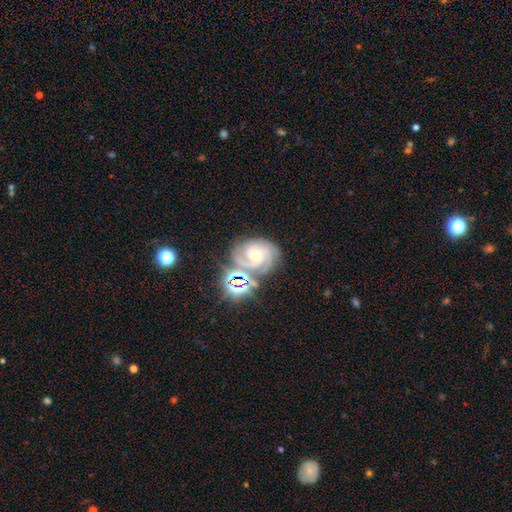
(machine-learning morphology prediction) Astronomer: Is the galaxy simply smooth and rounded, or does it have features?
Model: featured or disk — 79%.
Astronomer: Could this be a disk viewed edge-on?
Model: no — 98%.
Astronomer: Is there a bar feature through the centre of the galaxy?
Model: no — 63%.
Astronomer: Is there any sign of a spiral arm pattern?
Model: yes — 98%.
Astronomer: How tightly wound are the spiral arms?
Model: tight — 68%.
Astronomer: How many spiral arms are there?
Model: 3 — 52%.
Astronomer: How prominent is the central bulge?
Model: small — 55% (runner-up: moderate, 41%).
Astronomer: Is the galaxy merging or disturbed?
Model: none — 65%.